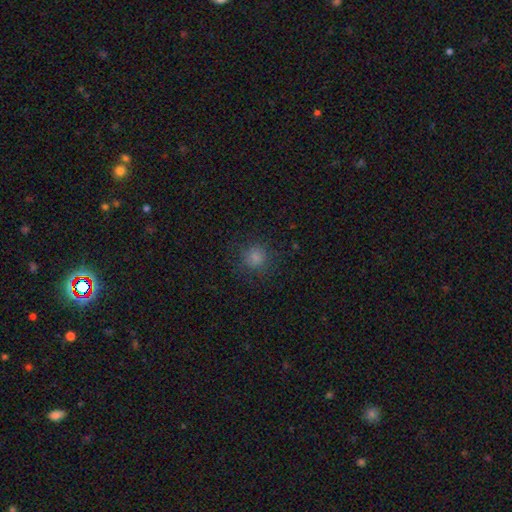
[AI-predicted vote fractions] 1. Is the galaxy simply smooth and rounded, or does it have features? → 81% smooth, 15% star or artifact, 5% featured or disk.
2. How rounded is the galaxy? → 91% round, 8% in between, 1% cigar-shaped.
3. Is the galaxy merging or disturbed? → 83% none, 11% minor disturbance, 5% major disturbance, 1% merger.